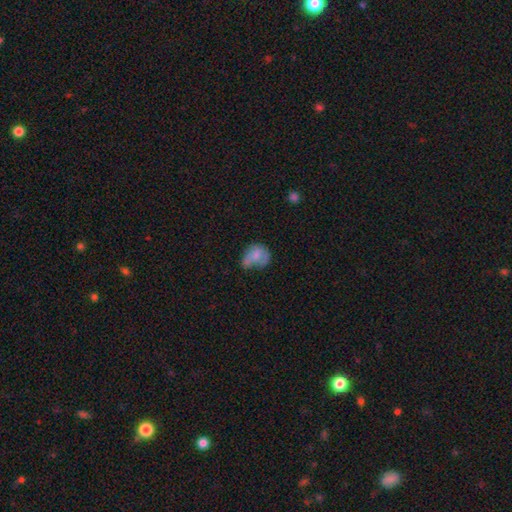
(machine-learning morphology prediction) Q: Smooth or featured?
A: smooth (64%); runner-up: featured or disk (26%)
Q: How rounded?
A: in between (53%); runner-up: round (45%)
Q: Merging?
A: minor disturbance (32%); runner-up: none (30%)